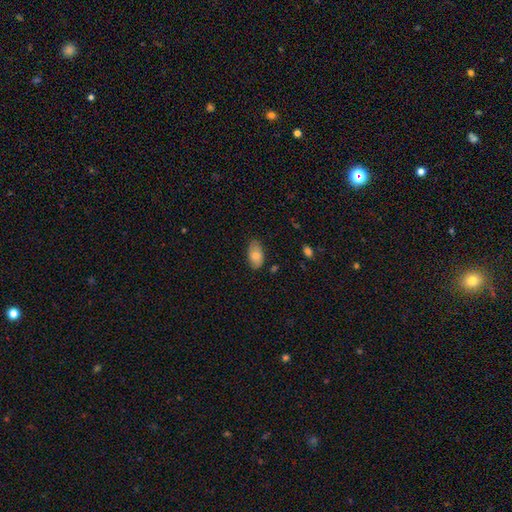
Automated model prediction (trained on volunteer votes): The model was most divided on "smooth or featured": smooth: 77%, featured or disk: 16%, star or artifact: 7%. More confident: how rounded — in between (93%); merging — none (81%).